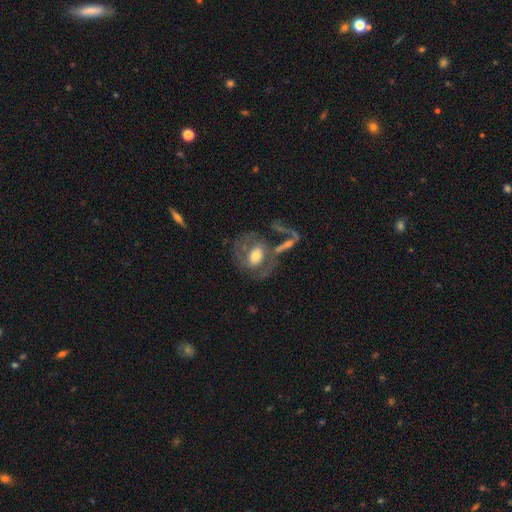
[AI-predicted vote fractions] The model was most divided on "bar": no: 51%, weak: 31%, strong: 18%. Remaining: edge-on disk — no (94%); bulge size — moderate (64%); smooth or featured — featured or disk (61%); spiral arms — yes (60%); merging — none (45%).